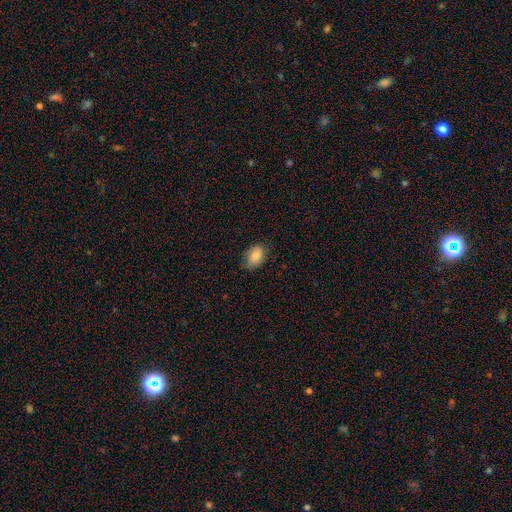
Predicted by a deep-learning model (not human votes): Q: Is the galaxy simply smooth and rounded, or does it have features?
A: smooth — 81%.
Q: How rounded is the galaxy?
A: in between — 84%.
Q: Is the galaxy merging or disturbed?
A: none — 71%.